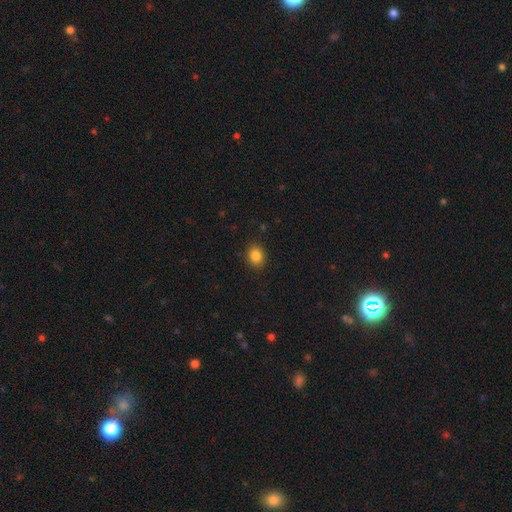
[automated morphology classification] A smooth galaxy with no disk features (85%) that is round (53%).

Vote fractions:
- Smooth or featured? smooth: 85% / star or artifact: 10% / featured or disk: 5%
- How rounded? round: 53% / in between: 46% / cigar-shaped: 1%
- Merging? none: 89% / minor disturbance: 8% / major disturbance: 2% / merger: 1%